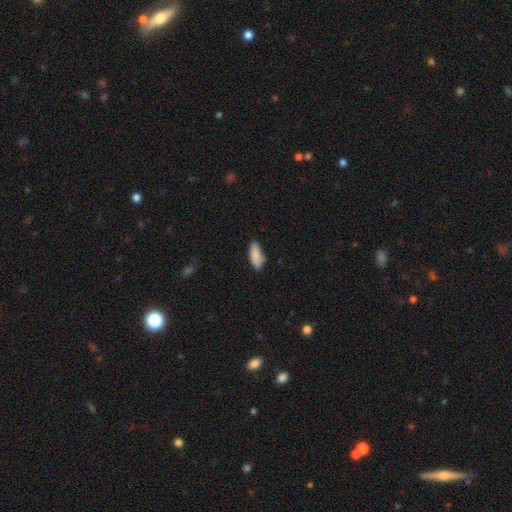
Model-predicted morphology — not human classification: A smooth galaxy with no disk features (87%) that is in between round and cigar-shaped (75%). Merging: none (75%).